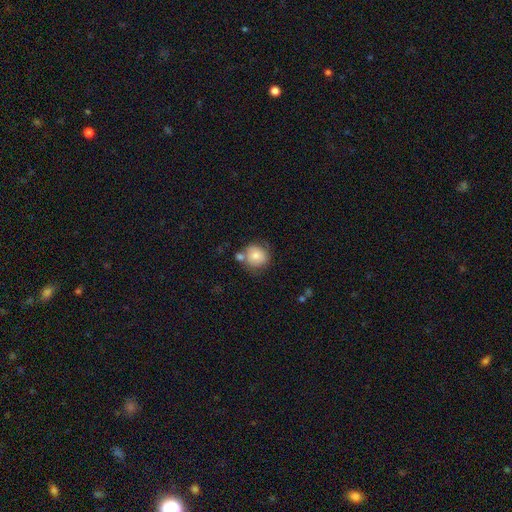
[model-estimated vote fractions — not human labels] Morphology: type=smooth (79%); roundness=round (86%); merging=none (59%).